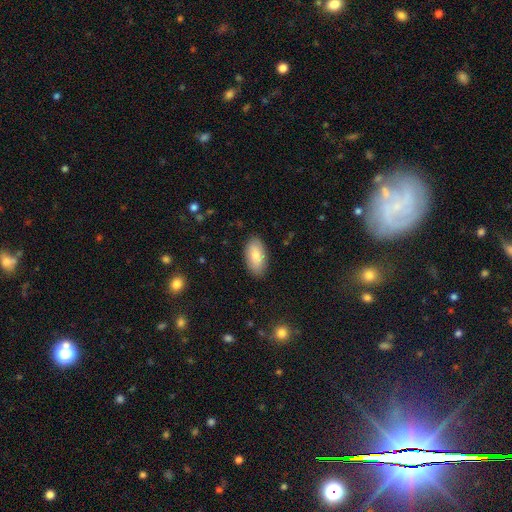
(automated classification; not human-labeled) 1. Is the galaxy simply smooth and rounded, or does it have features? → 79% smooth, 14% featured or disk, 6% star or artifact.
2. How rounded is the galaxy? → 94% in between, 3% cigar-shaped, 3% round.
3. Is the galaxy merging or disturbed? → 87% none, 10% minor disturbance, 2% major disturbance, 1% merger.